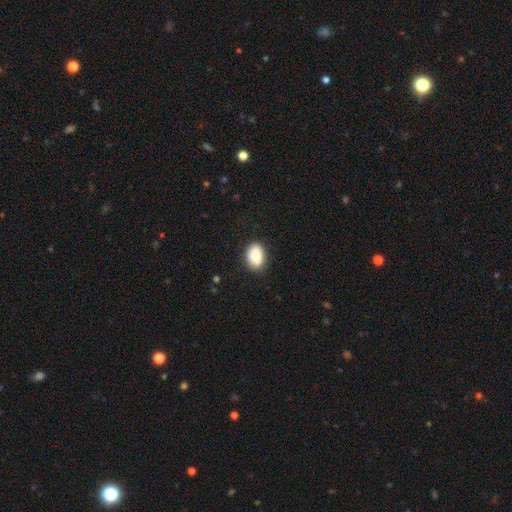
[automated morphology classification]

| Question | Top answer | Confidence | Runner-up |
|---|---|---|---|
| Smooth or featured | smooth | 88% | star or artifact (7%) |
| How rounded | in between | 84% | round (15%) |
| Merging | none | 84% | minor disturbance (13%) |